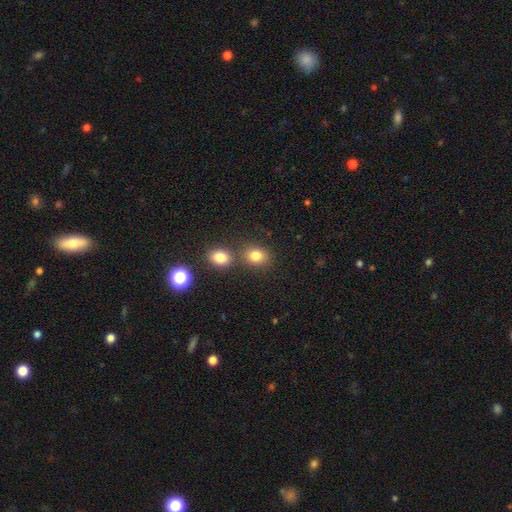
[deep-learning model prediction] Smooth or featured? Predicted: smooth (p=0.80). How rounded? Predicted: round (p=0.52). Merging? Predicted: none (p=0.65).